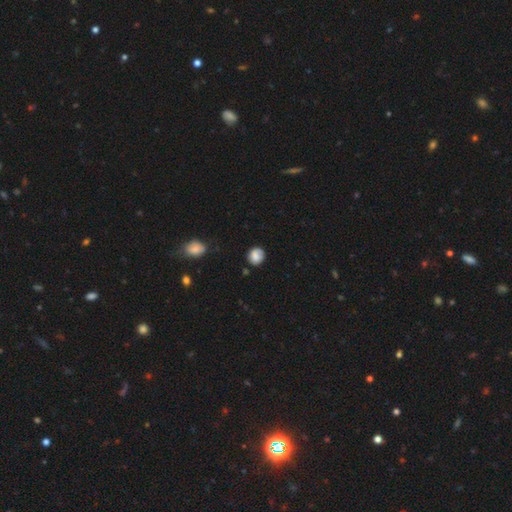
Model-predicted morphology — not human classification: Q: Smooth or featured?
A: smooth (77%); runner-up: featured or disk (14%)
Q: How rounded?
A: round (79%); runner-up: in between (20%)
Q: Merging?
A: none (73%); runner-up: minor disturbance (20%)